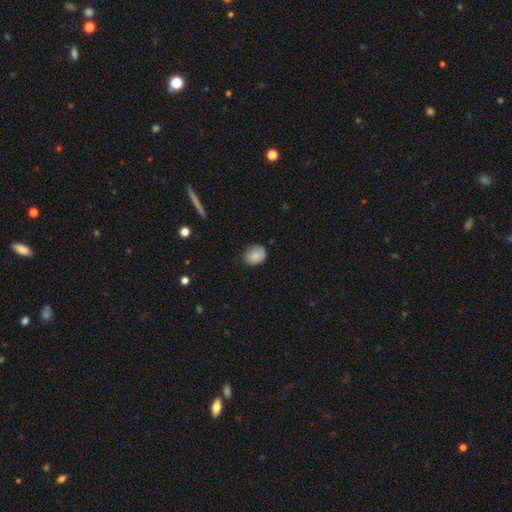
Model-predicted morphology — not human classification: smooth-or-featured: smooth: 82% | featured or disk: 10% | star or artifact: 8%
  how-rounded: in between: 51% | round: 49% | cigar-shaped: 1%
  merging: none: 75% | minor disturbance: 20% | major disturbance: 4% | merger: 1%